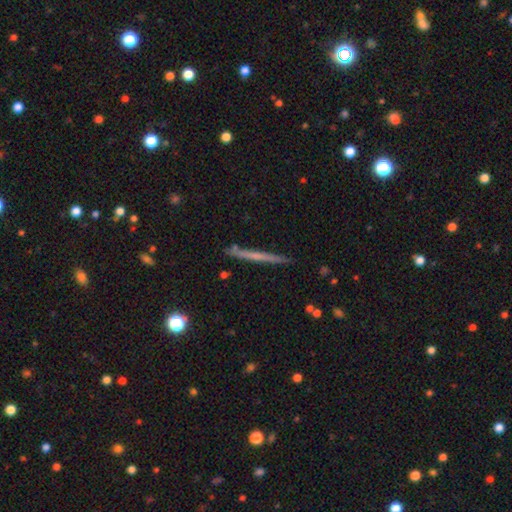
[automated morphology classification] Smooth or featured?
  - featured or disk: 55% *
  - smooth: 38%
  - star or artifact: 7%
Edge-on disk?
  - yes: 97% *
  - no: 3%
Edge-on bulge?
  - none: 76% *
  - rounded: 18%
  - boxy: 5%
Merging?
  - none: 89% *
  - minor disturbance: 8%
  - merger: 2%
  - major disturbance: 1%